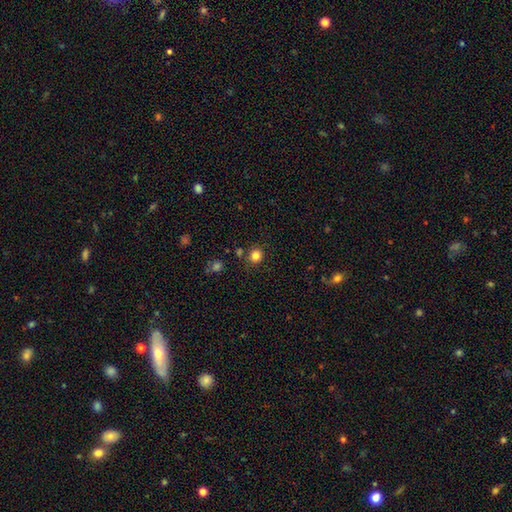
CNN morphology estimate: smooth 82%, star or artifact 13%, featured or disk 5%. Down the decision tree: how rounded — round (85%); merging — none (84%).